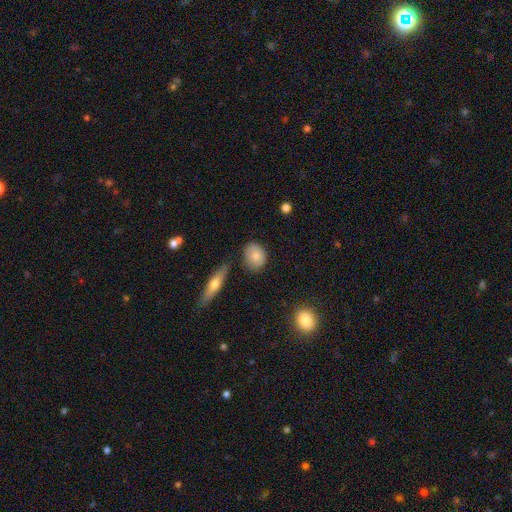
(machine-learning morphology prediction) A smooth galaxy with no disk features (79%) that is round (49%). Merging: none (78%).